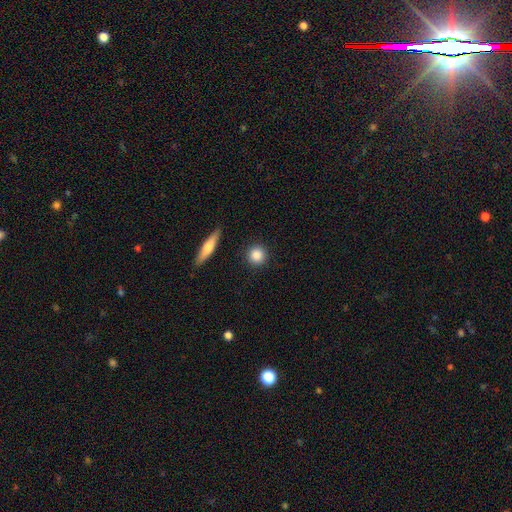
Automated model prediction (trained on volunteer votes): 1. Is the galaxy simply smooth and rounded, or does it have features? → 86% smooth, 7% star or artifact, 6% featured or disk.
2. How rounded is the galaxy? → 91% round, 7% in between, 2% cigar-shaped.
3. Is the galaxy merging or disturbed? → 90% none, 6% minor disturbance, 2% major disturbance, 2% merger.